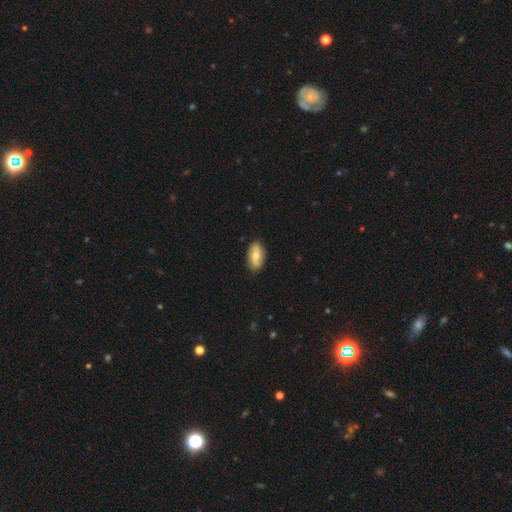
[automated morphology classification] Smooth or featured?
  - smooth: 61% *
  - featured or disk: 32%
  - star or artifact: 6%
How rounded?
  - in between: 89% *
  - cigar-shaped: 7%
  - round: 4%
Merging?
  - none: 86% *
  - minor disturbance: 11%
  - major disturbance: 2%
  - merger: 1%